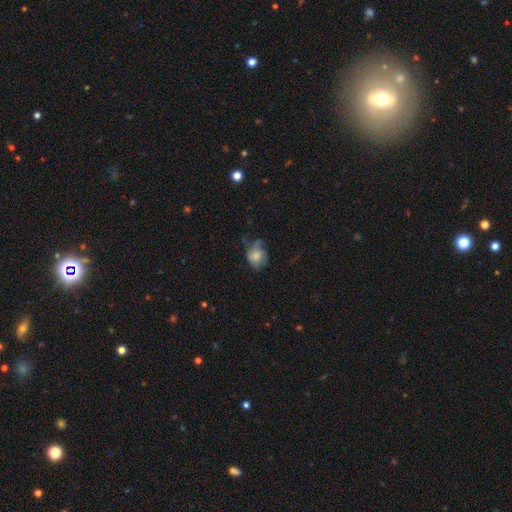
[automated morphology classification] smooth-or-featured: smooth: 71% | featured or disk: 20% | star or artifact: 9%
  how-rounded: round: 53% | in between: 46% | cigar-shaped: 1%
  merging: none: 41% | minor disturbance: 35% | major disturbance: 21% | merger: 3%